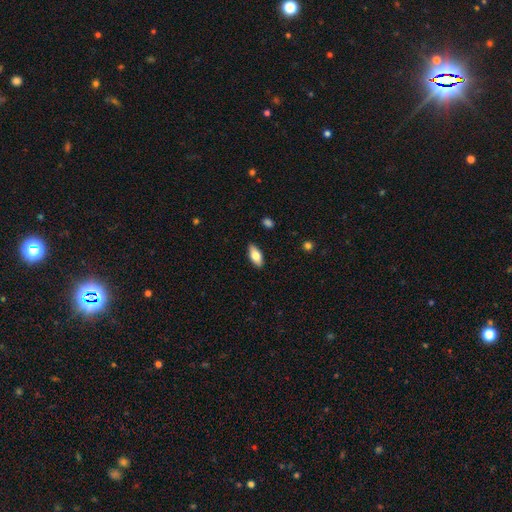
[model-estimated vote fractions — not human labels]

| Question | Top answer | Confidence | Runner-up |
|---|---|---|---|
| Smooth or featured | smooth | 75% | featured or disk (18%) |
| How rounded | in between | 86% | cigar-shaped (12%) |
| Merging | none | 88% | minor disturbance (9%) |